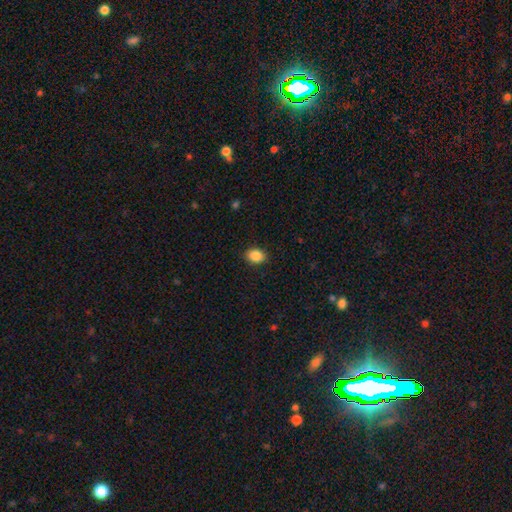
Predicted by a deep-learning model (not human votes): A smooth galaxy with no disk features (88%) that is in between round and cigar-shaped (62%).

Vote fractions:
- Smooth or featured? smooth: 88% / star or artifact: 9% / featured or disk: 3%
- How rounded? in between: 62% / round: 37% / cigar-shaped: 1%
- Merging? none: 89% / minor disturbance: 8% / major disturbance: 2% / merger: 1%